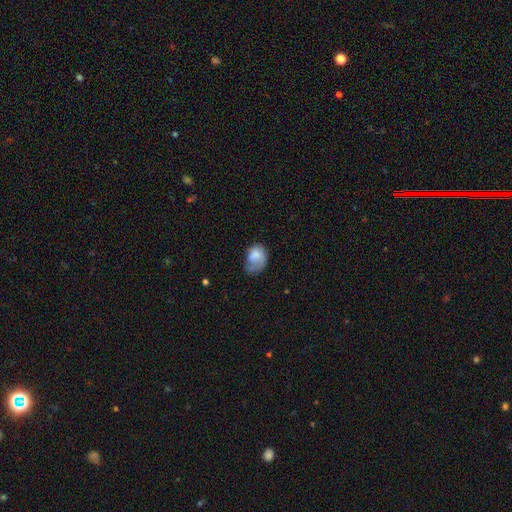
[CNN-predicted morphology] Smooth or featured? Predicted: smooth (p=0.72). How rounded? Predicted: in between (p=0.74). Merging? Predicted: major disturbance (p=0.35).